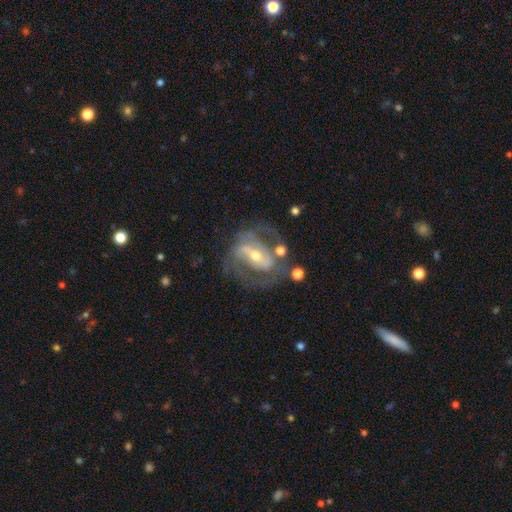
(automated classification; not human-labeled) smooth-or-featured: featured or disk: 86% | smooth: 9% | star or artifact: 6%
  disk-edge-on: no: 96% | yes: 4%
    bar: strong: 47% | weak: 35% | no: 18%
    has-spiral-arms: yes: 89% | no: 11%
      spiral-winding: medium: 49% | tight: 33% | loose: 19%
      spiral-arm-count: 2: 68% | can't tell: 14% | 3: 10% | 1: 4% | 4: 2% | more than 4: 2%
    bulge-size: moderate: 51% | small: 44% | large: 3% | none: 1% | dominant: 1%
  merging: none: 59% | minor disturbance: 18% | major disturbance: 17% | merger: 6%